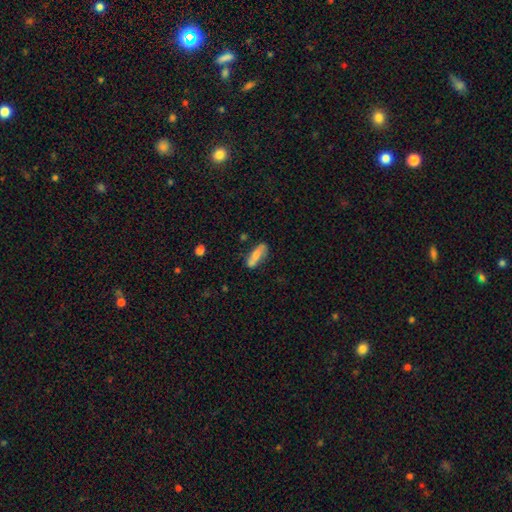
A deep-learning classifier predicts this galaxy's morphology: smooth_or_featured: smooth (p=0.62) [alt: featured or disk p=0.31]
how_rounded: in between (p=0.60) [alt: cigar-shaped p=0.37]
merging: none (p=0.65) [alt: minor disturbance p=0.22]